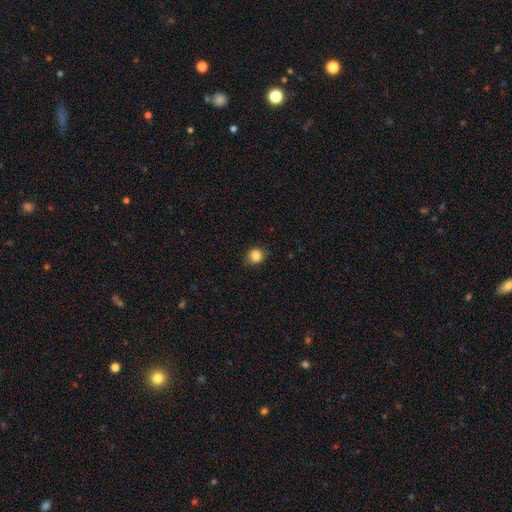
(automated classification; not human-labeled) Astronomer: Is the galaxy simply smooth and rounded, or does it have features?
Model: smooth — 84%.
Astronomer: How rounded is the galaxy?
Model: round — 73%.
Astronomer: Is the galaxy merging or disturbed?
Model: none — 80%.